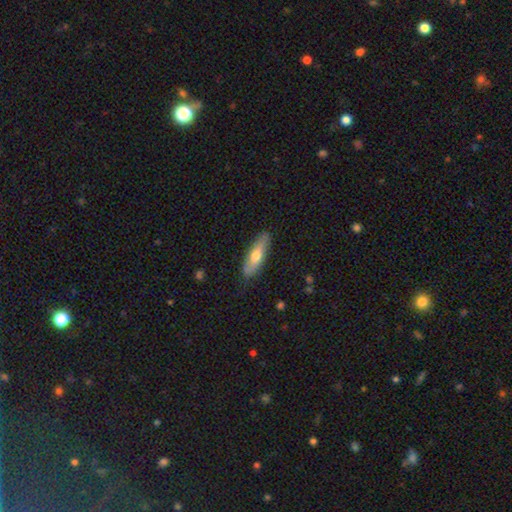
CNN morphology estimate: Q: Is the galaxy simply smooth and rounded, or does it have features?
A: smooth — 64%.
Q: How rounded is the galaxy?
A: cigar-shaped — 52%.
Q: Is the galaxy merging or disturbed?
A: none — 83%.